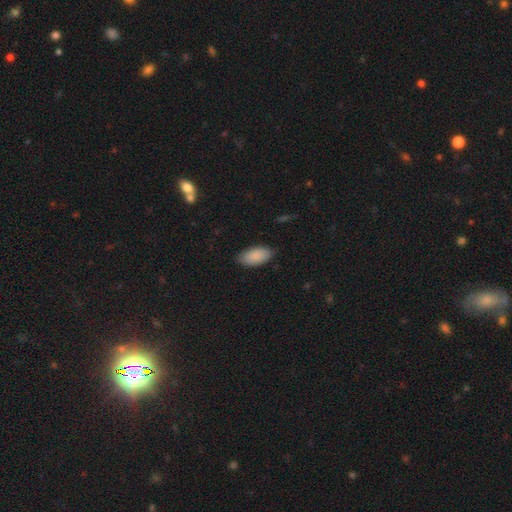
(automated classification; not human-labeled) Smooth or featured?
  - smooth: 89% *
  - star or artifact: 6%
  - featured or disk: 5%
How rounded?
  - in between: 94% *
  - cigar-shaped: 4%
  - round: 2%
Merging?
  - none: 83% *
  - minor disturbance: 14%
  - major disturbance: 2%
  - merger: 1%